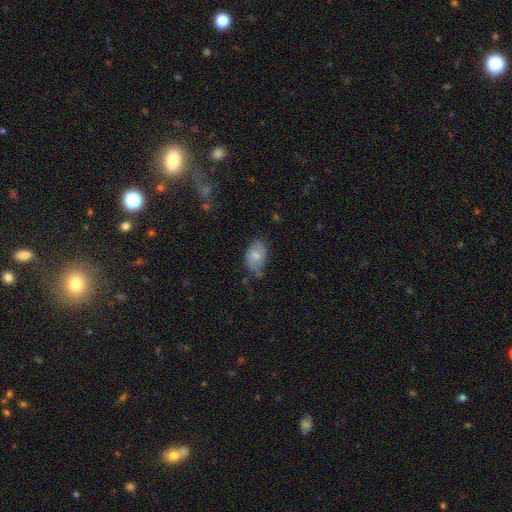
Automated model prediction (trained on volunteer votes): Morphology: type=smooth (65%); roundness=in between (90%); merging=none (54%).